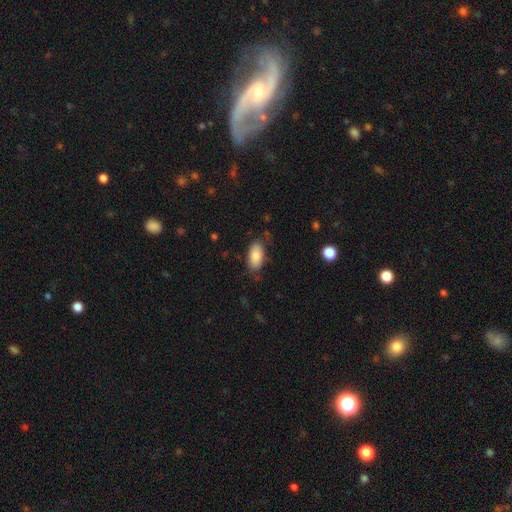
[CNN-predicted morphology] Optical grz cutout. It shows a smooth galaxy with no disk features (83%) that is in between round and cigar-shaped (93%). Merging: none (75%).